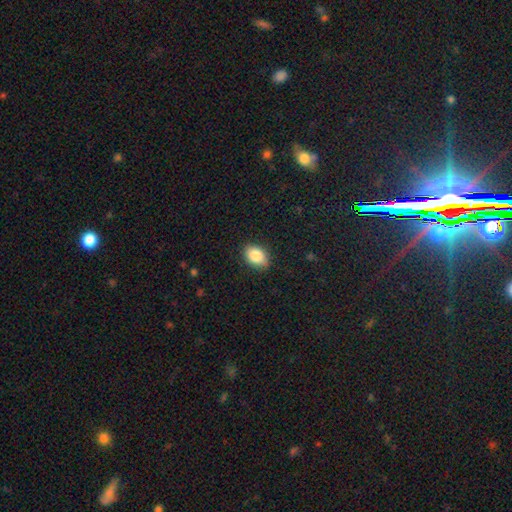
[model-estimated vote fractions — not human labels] A smooth galaxy with no disk features (86%) that is in between round and cigar-shaped (81%).

Vote fractions:
- Smooth or featured? smooth: 86% / star or artifact: 8% / featured or disk: 6%
- How rounded? in between: 81% / round: 17% / cigar-shaped: 1%
- Merging? none: 82% / minor disturbance: 14% / major disturbance: 3% / merger: 1%